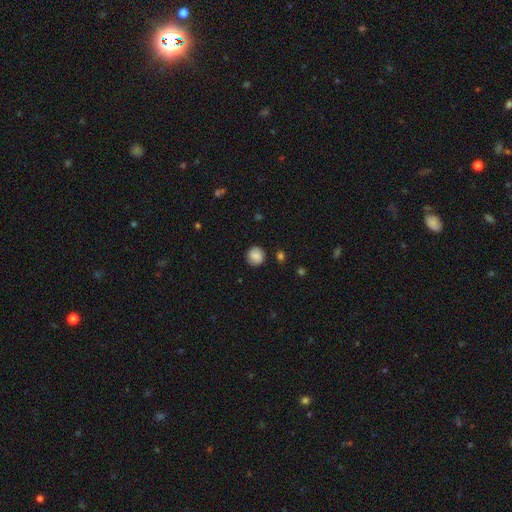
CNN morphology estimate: Q: Smooth or featured?
A: smooth (82%); runner-up: featured or disk (9%)
Q: How rounded?
A: round (90%); runner-up: in between (9%)
Q: Merging?
A: none (85%); runner-up: minor disturbance (11%)